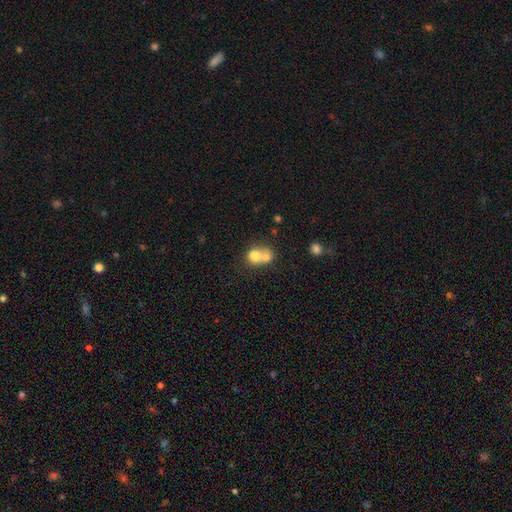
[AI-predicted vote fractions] A smooth galaxy with no disk features (72%) that is round (69%). Merging: merger (66%).